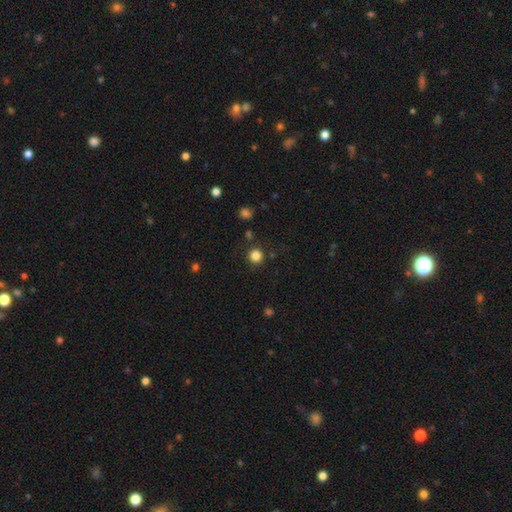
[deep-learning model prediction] A smooth galaxy with no disk features (84%) that is round (93%).

Vote fractions:
- Smooth or featured? smooth: 84% / star or artifact: 12% / featured or disk: 4%
- How rounded? round: 93% / in between: 6% / cigar-shaped: 1%
- Merging? none: 89% / minor disturbance: 6% / merger: 3% / major disturbance: 3%